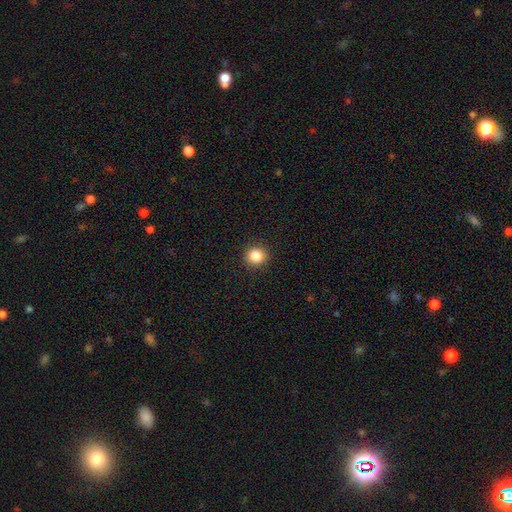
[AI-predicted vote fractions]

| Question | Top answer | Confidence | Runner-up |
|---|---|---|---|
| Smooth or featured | smooth | 86% | star or artifact (11%) |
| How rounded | round | 90% | in between (9%) |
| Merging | none | 92% | minor disturbance (5%) |